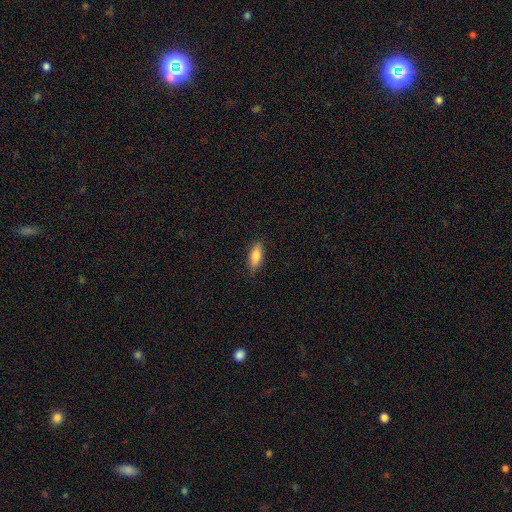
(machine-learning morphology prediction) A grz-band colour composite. It shows a smooth galaxy with no disk features (82%) that is in between round and cigar-shaped (73%). Merging: none (86%).